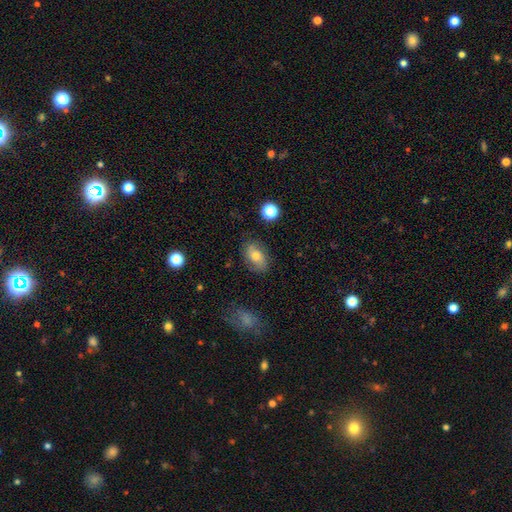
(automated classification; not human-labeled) A smooth galaxy with no disk features (63%) that is in between round and cigar-shaped (85%).

Vote fractions:
- Smooth or featured? smooth: 63% / featured or disk: 27% / star or artifact: 10%
- How rounded? in between: 85% / round: 12% / cigar-shaped: 2%
- Merging? none: 78% / minor disturbance: 16% / major disturbance: 5% / merger: 2%